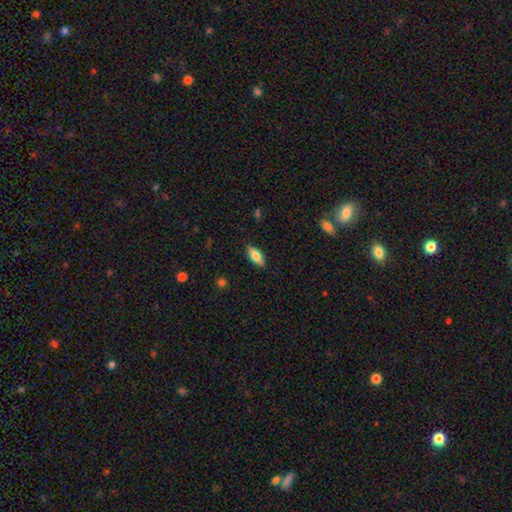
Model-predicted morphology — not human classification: smooth 71%, featured or disk 22%, star or artifact 7%. Down the decision tree: how rounded — in between (77%); merging — none (88%).